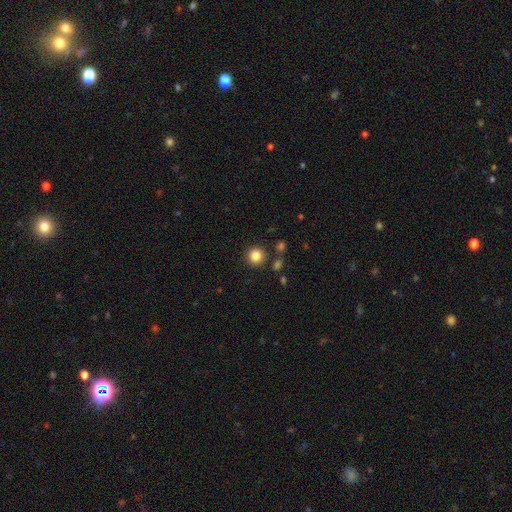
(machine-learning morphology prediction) Smooth or featured? smooth (84%)
How rounded? round (93%)
Merging? none (85%)